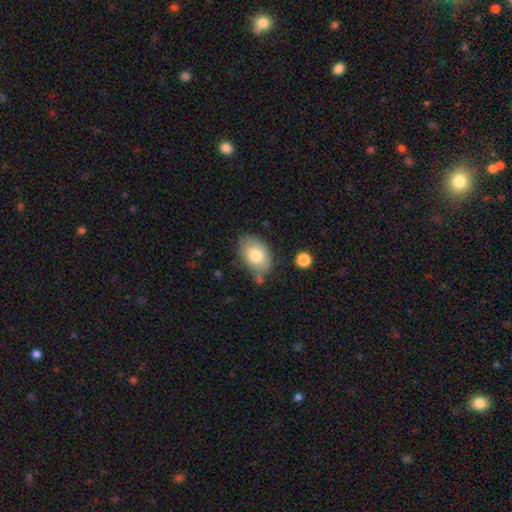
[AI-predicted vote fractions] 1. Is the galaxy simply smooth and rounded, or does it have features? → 77% smooth, 16% featured or disk, 7% star or artifact.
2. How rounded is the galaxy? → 88% in between, 11% round, 1% cigar-shaped.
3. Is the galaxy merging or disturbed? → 65% none, 22% minor disturbance, 7% merger, 6% major disturbance.